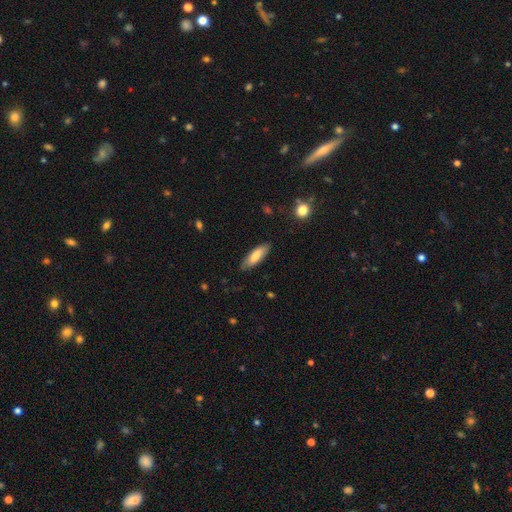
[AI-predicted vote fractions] smooth-or-featured: smooth: 78% | featured or disk: 16% | star or artifact: 6%
  how-rounded: in between: 51% | cigar-shaped: 48% | round: 1%
  merging: none: 84% | minor disturbance: 13% | major disturbance: 3% | merger: 1%